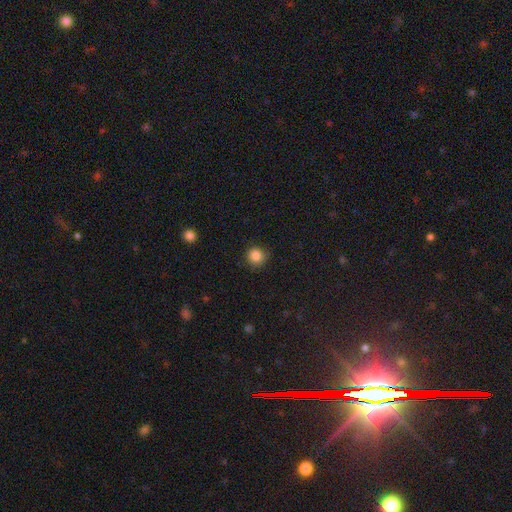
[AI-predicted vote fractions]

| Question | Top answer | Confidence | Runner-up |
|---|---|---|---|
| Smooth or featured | smooth | 86% | star or artifact (11%) |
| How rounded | round | 93% | in between (6%) |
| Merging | none | 88% | minor disturbance (9%) |